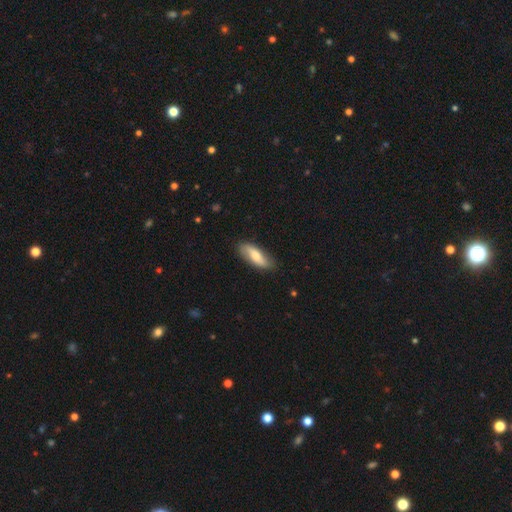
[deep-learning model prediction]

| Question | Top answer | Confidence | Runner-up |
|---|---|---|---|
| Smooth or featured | smooth | 62% | featured or disk (32%) |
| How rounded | in between | 67% | cigar-shaped (31%) |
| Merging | none | 82% | minor disturbance (15%) |